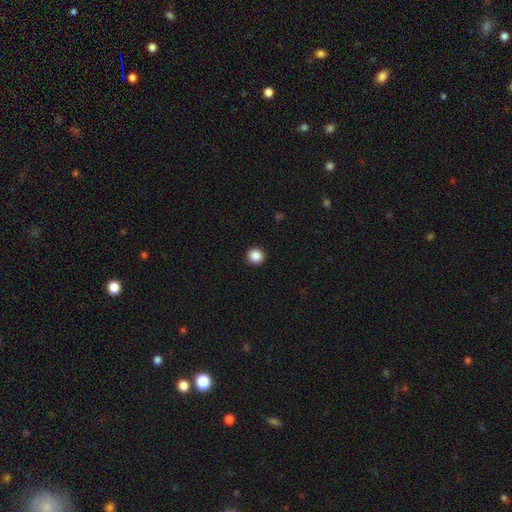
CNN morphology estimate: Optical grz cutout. It shows a smooth galaxy with no disk features (87%) that is round (95%). Merging: none (93%).